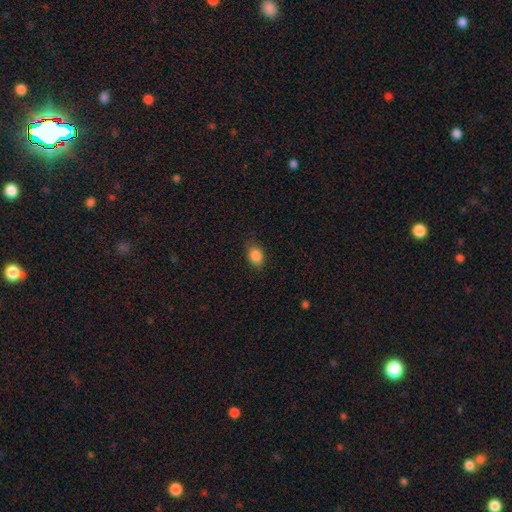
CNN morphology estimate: The model was most divided on "how rounded": in between: 64%, round: 35%, cigar-shaped: 1%. More confident: smooth or featured — smooth (86%); merging — none (76%).